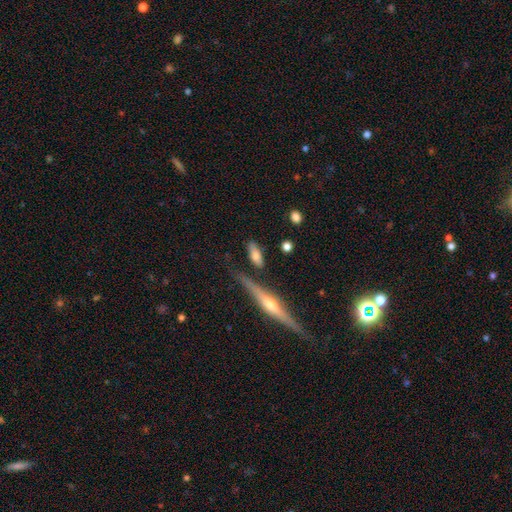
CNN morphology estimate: smooth_or_featured: smooth (p=0.69) [alt: featured or disk p=0.23]
how_rounded: in between (p=0.71) [alt: cigar-shaped p=0.25]
merging: none (p=0.68) [alt: minor disturbance p=0.18]